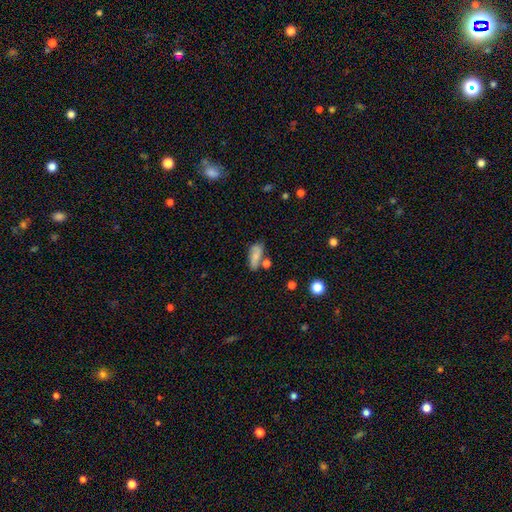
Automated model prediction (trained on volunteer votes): A smooth galaxy with no disk features (70%) that is in between round and cigar-shaped (78%).

Vote fractions:
- Smooth or featured? smooth: 70% / featured or disk: 21% / star or artifact: 9%
- How rounded? in between: 78% / cigar-shaped: 18% / round: 5%
- Merging? none: 53% / minor disturbance: 22% / merger: 17% / major disturbance: 7%